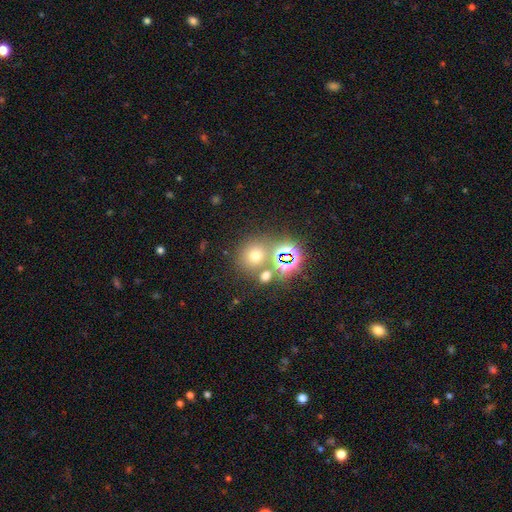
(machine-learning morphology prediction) Q: Smooth or featured?
A: smooth (57%); runner-up: star or artifact (33%)
Q: How rounded?
A: round (83%); runner-up: in between (16%)
Q: Merging?
A: none (64%); runner-up: merger (23%)